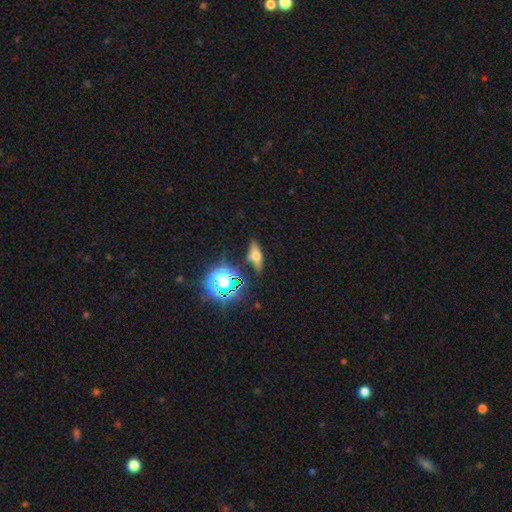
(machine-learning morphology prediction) type=smooth (45%); merging=none (77%).